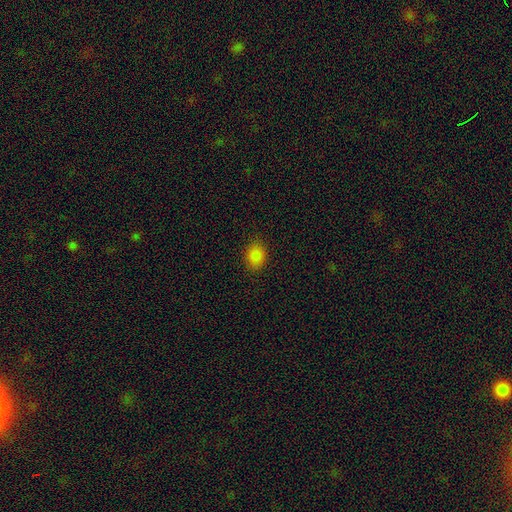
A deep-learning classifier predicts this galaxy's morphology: Smooth or featured?
  - smooth: 85% *
  - star or artifact: 11%
  - featured or disk: 4%
How rounded?
  - in between: 67% *
  - round: 32%
  - cigar-shaped: 1%
Merging?
  - none: 87% *
  - minor disturbance: 10%
  - major disturbance: 2%
  - merger: 1%